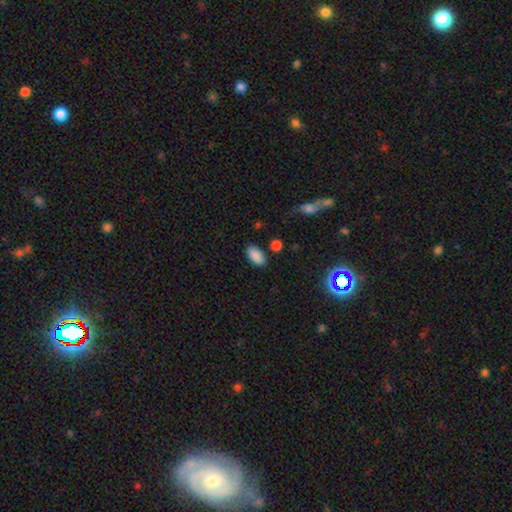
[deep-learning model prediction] Smooth or featured? smooth (88%)
How rounded? in between (94%)
Merging? none (83%)